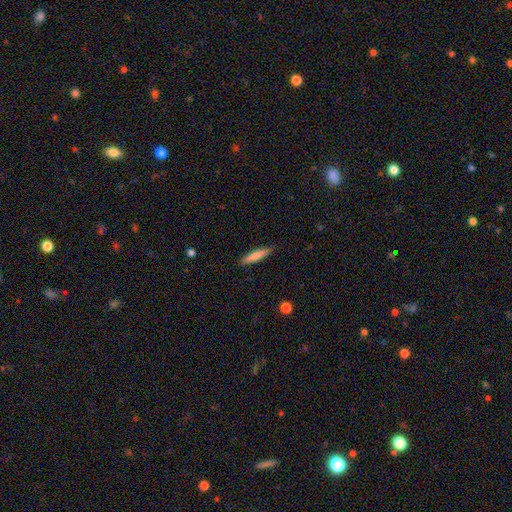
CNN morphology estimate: A smooth galaxy with no disk features (78%) that is cigar-shaped (87%).

Vote fractions:
- Smooth or featured? smooth: 78% / featured or disk: 17% / star or artifact: 6%
- How rounded? cigar-shaped: 87% / in between: 12% / round: 1%
- Merging? none: 88% / minor disturbance: 9% / major disturbance: 2% / merger: 1%